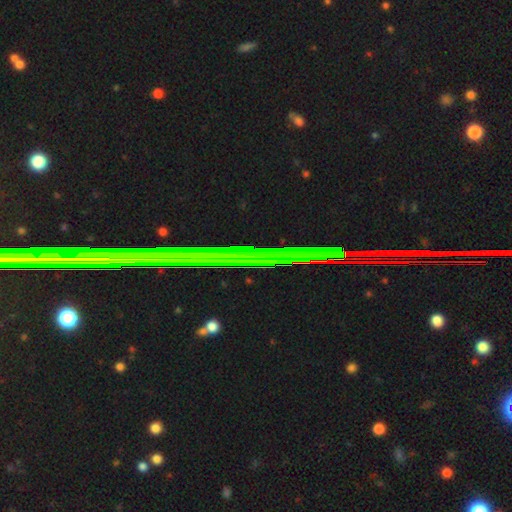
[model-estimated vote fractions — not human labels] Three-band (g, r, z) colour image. It shows a star or artifact, not a galaxy (67%).